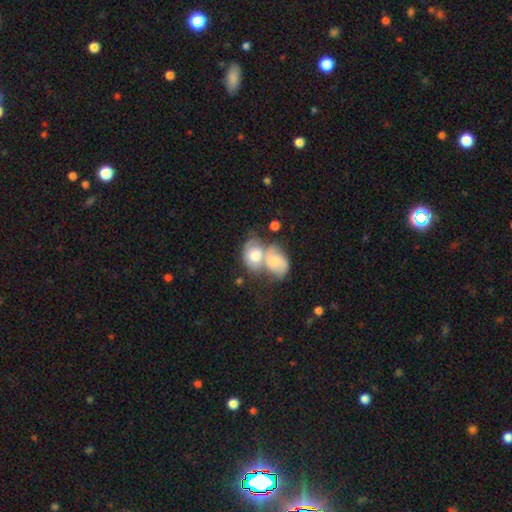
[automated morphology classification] A smooth galaxy with no disk features (57%) that is in between round and cigar-shaped (66%). Merging: merger (70%).